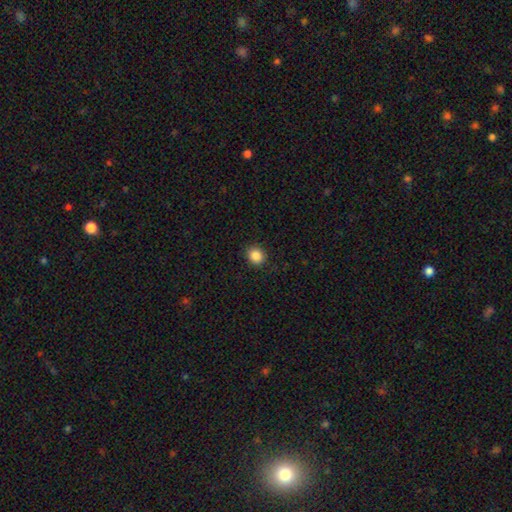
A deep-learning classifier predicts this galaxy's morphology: Smooth or featured: smooth — 87% (star or artifact — 10%)
How rounded: round — 81% (in between — 18%)
Merging: none — 90% (minor disturbance — 7%)